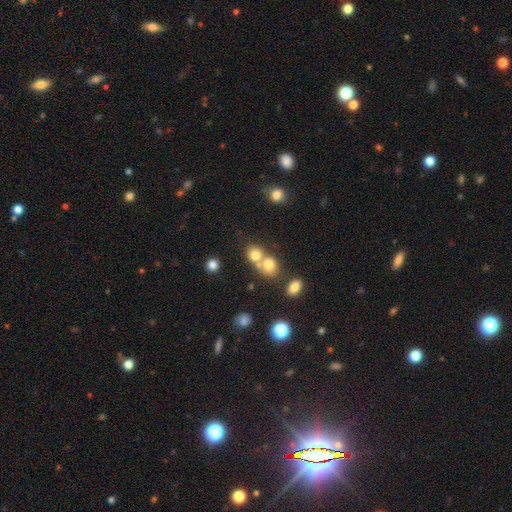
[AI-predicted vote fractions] This is likely a smooth galaxy (74%). How rounded: likely round (76%). Merging: possibly merger (53%).